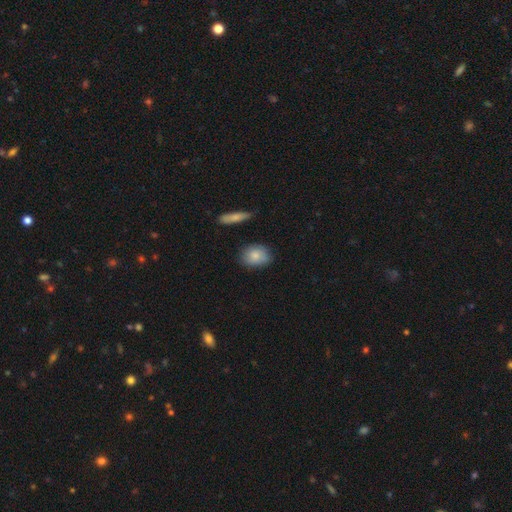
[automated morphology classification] Overall: smooth (82%). How rounded: in between (68%; round 30%). Merging: none (78%).